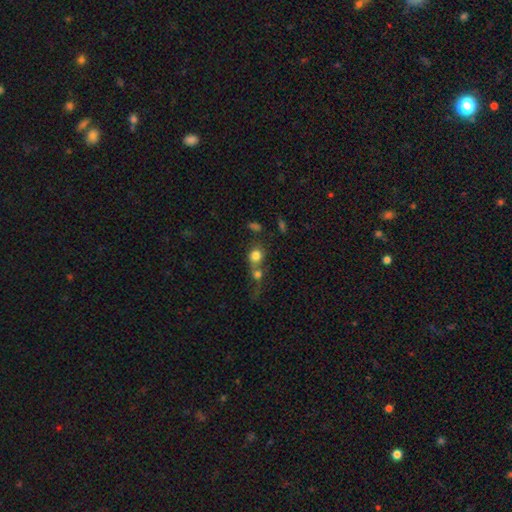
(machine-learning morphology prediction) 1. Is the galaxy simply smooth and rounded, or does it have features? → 78% smooth, 12% star or artifact, 11% featured or disk.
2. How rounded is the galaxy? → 79% round, 20% in between, 1% cigar-shaped.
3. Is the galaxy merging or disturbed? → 58% merger, 30% none, 6% minor disturbance, 6% major disturbance.